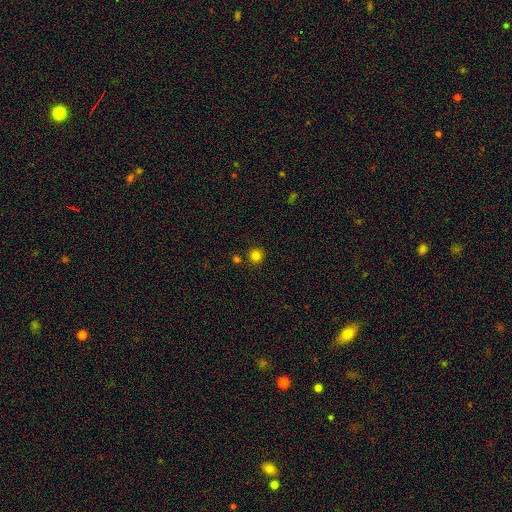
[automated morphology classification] The model was most divided on "smooth or featured": smooth: 81%, star or artifact: 15%, featured or disk: 5%. More confident: how rounded — round (95%); merging — none (85%).